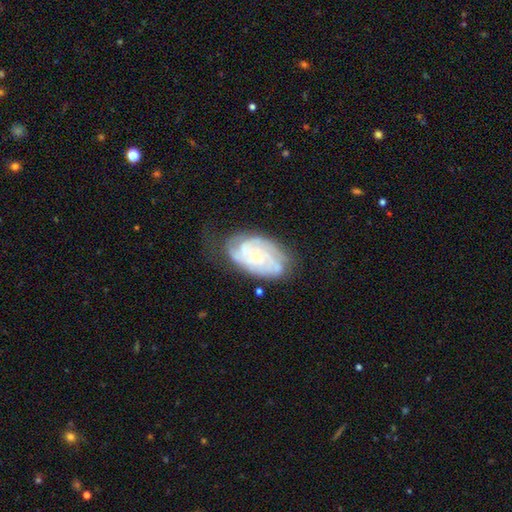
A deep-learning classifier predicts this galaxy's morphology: A featured or disk galaxy (81%) with no bar (76%), tight (70%) spiral arms (96%) and a small central bulge (75%). Merging: none (65%).